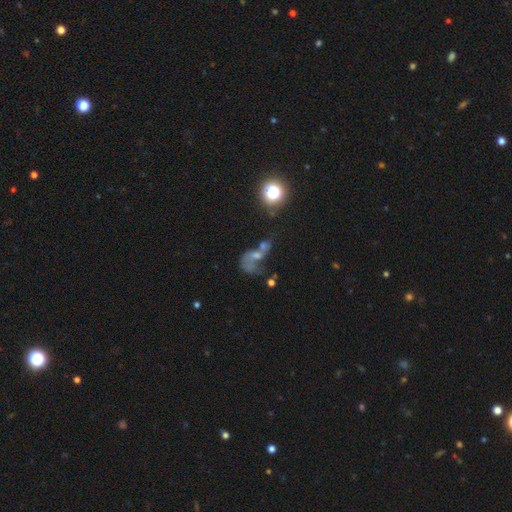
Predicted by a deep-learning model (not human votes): featured or disk 42%, smooth 33%, star or artifact 25%. Down the decision tree: merging — merger (43%).